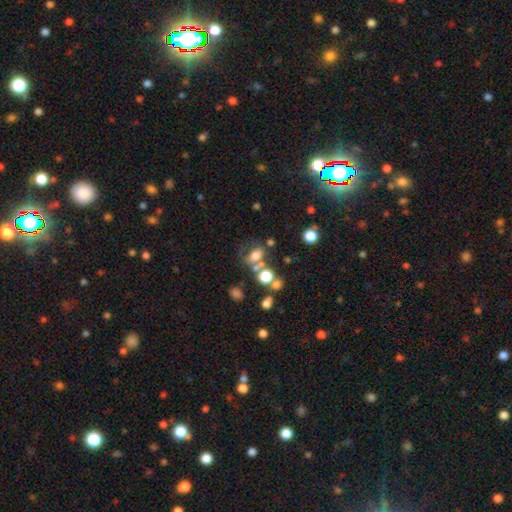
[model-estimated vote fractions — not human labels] This is likely a smooth galaxy (63%). How rounded: likely in between (63%). Merging: marginally none (42%).